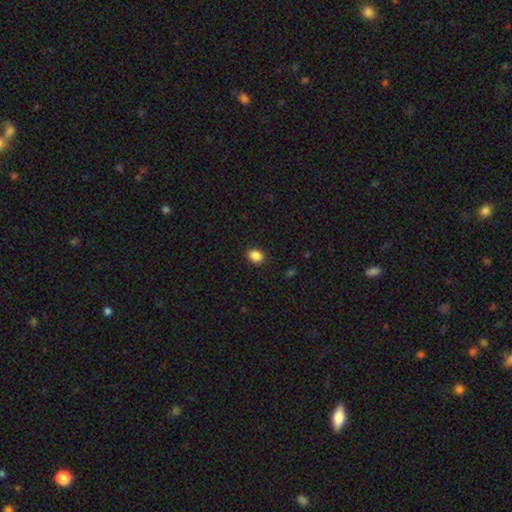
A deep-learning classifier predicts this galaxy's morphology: A smooth galaxy with no disk features (88%) that is in between round and cigar-shaped (63%).

Vote fractions:
- Smooth or featured? smooth: 88% / star or artifact: 9% / featured or disk: 3%
- How rounded? in between: 63% / round: 36% / cigar-shaped: 1%
- Merging? none: 90% / minor disturbance: 7% / major disturbance: 2% / merger: 1%